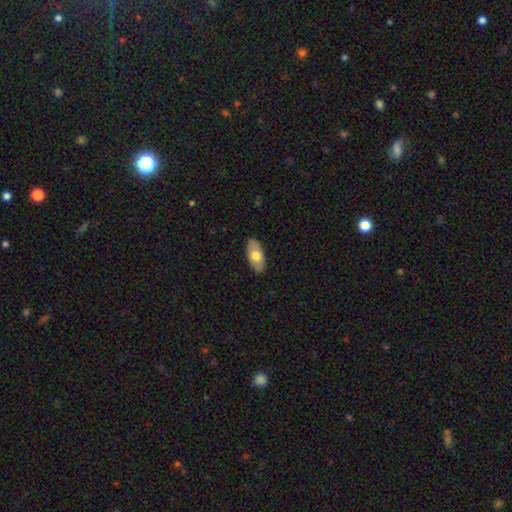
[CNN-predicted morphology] The model was most divided on "smooth or featured": smooth: 66%, featured or disk: 28%, star or artifact: 5%. More confident: how rounded — in between (93%); merging — none (87%).